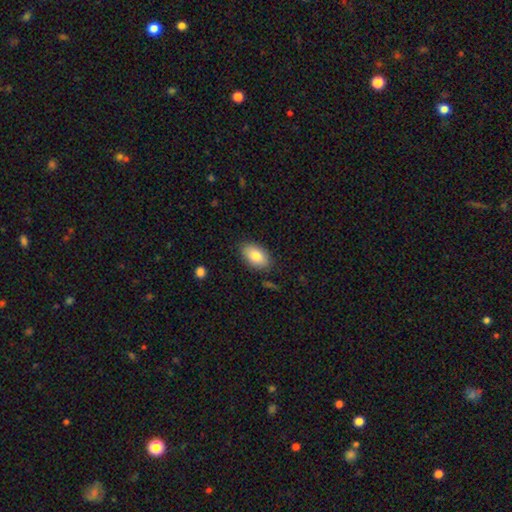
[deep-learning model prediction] A smooth galaxy with no disk features (82%) that is in between round and cigar-shaped (92%). Merging: none (85%).